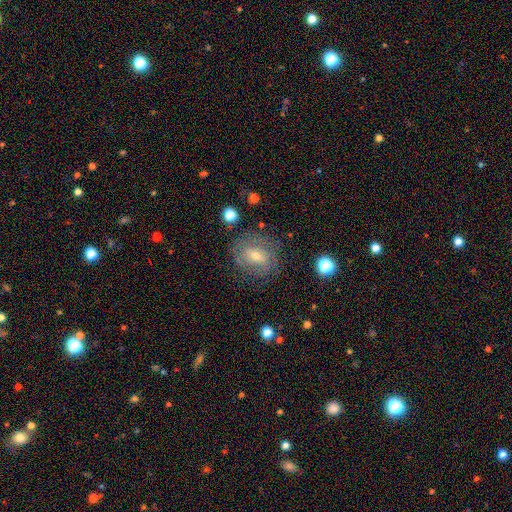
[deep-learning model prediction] This is likely a featured or disk galaxy (61%). It is clearly not viewed edge-on (95%). Bar: marginally weak (44%). Spiral arm pattern: likely yes (71%). Central bulge: possibly moderate (48%). Merging: likely none (74%).